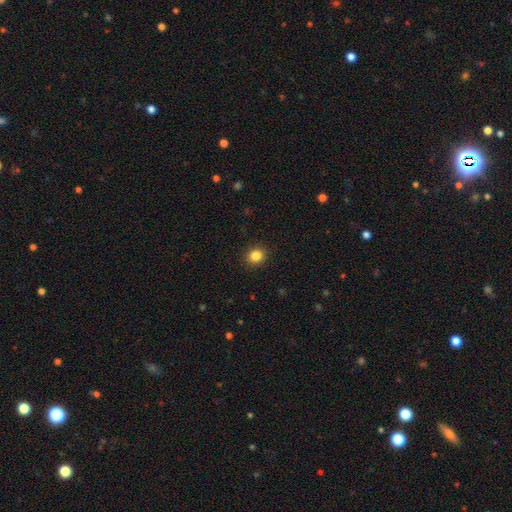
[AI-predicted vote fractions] This appears to be a smooth galaxy with no disk features (85%) that is round (77%). Merging: none (91%).